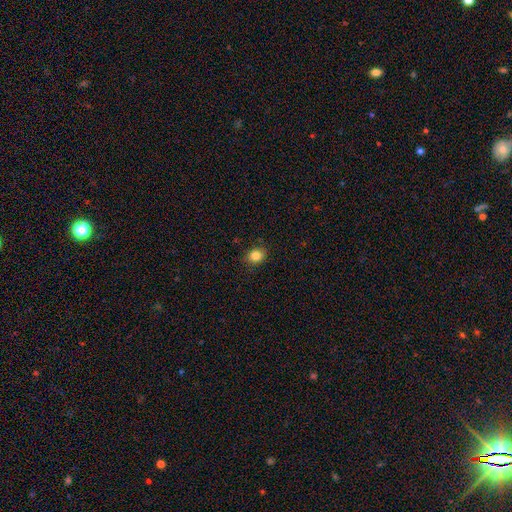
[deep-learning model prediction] Smooth or featured?
  - smooth: 84% *
  - star or artifact: 11%
  - featured or disk: 5%
How rounded?
  - round: 63% *
  - in between: 36%
  - cigar-shaped: 1%
Merging?
  - none: 86% *
  - minor disturbance: 11%
  - major disturbance: 2%
  - merger: 1%